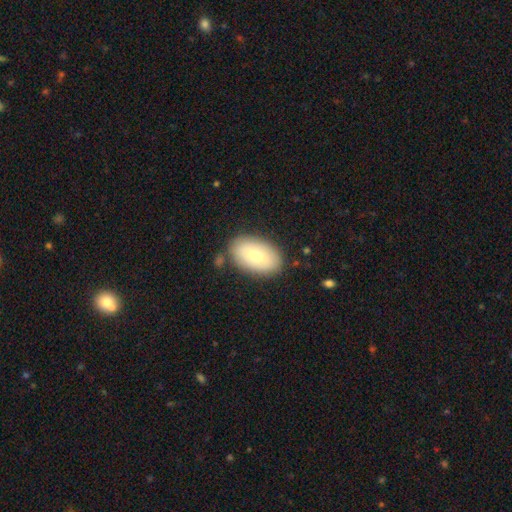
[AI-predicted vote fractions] A smooth galaxy with no disk features (72%) that is in between round and cigar-shaped (92%). Merging: none (82%).